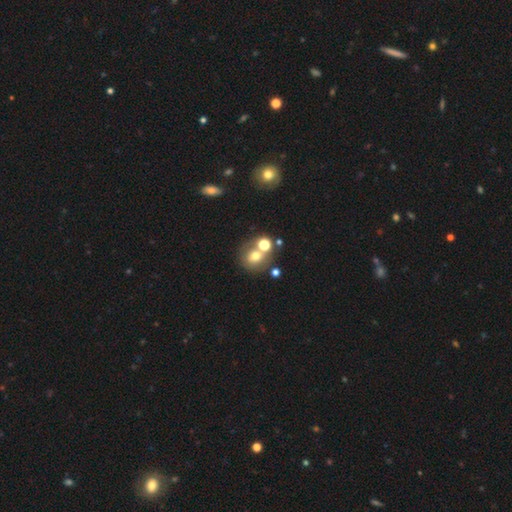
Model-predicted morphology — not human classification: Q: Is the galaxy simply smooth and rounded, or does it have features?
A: smooth — 65%.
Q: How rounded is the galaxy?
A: round — 77%.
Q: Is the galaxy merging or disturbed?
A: none — 49%.